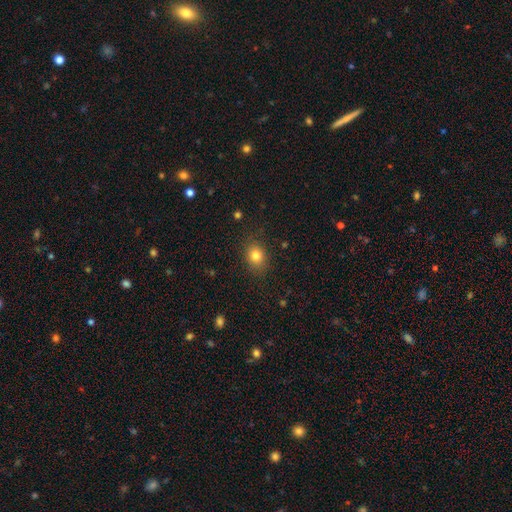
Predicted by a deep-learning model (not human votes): Overall: smooth (82%). How rounded: in between (52%; round 47%). Merging: none (84%).